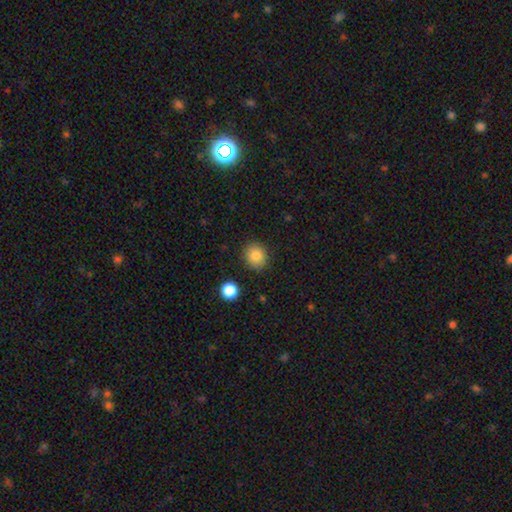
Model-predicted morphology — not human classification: A smooth galaxy with no disk features (85%) that is round (78%). Merging: none (87%).